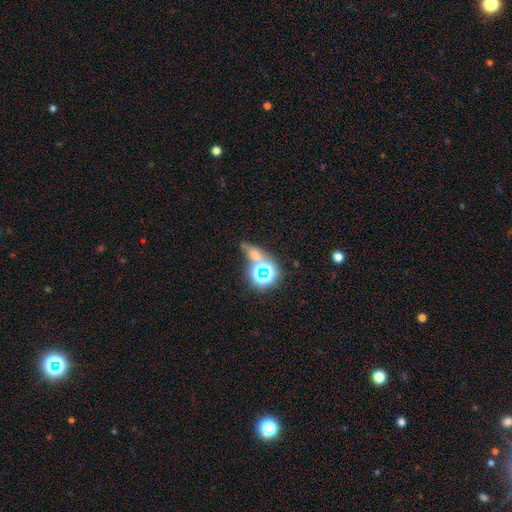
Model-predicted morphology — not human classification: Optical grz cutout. It shows a star or artifact, not a galaxy (49%).